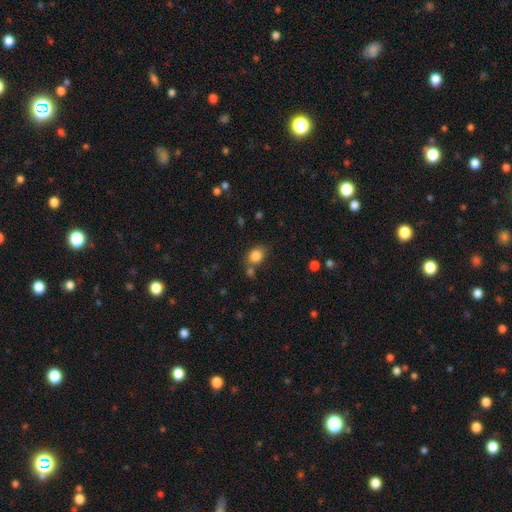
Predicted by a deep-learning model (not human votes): Q: Smooth or featured?
A: smooth (84%); runner-up: star or artifact (10%)
Q: How rounded?
A: round (55%); runner-up: in between (44%)
Q: Merging?
A: none (64%); runner-up: minor disturbance (16%)